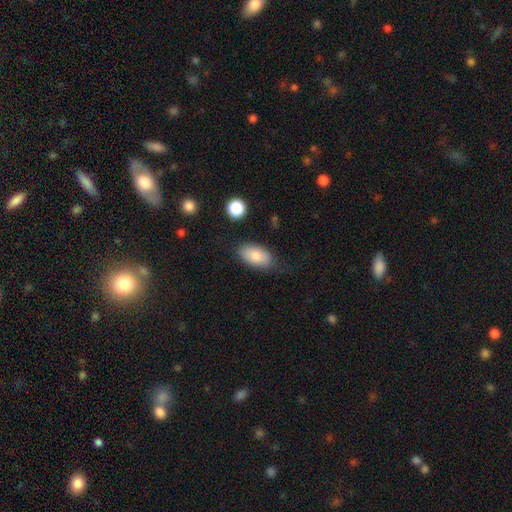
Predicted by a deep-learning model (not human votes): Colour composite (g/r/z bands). It shows a smooth galaxy with no disk features (84%) that is in between round and cigar-shaped (93%). Merging: none (75%).